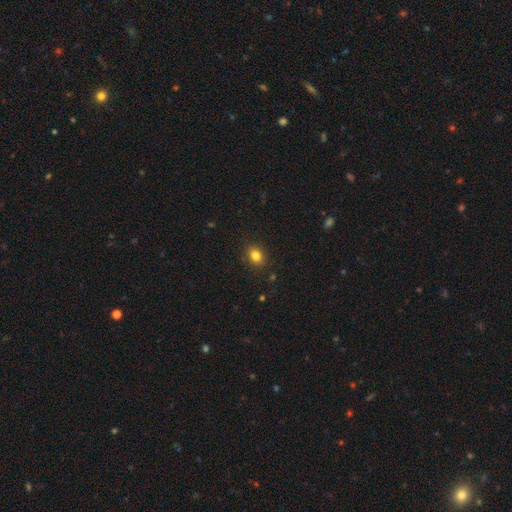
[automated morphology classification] This is clearly a smooth galaxy (82%). How rounded: possibly in between (58%). Merging: clearly none (87%).